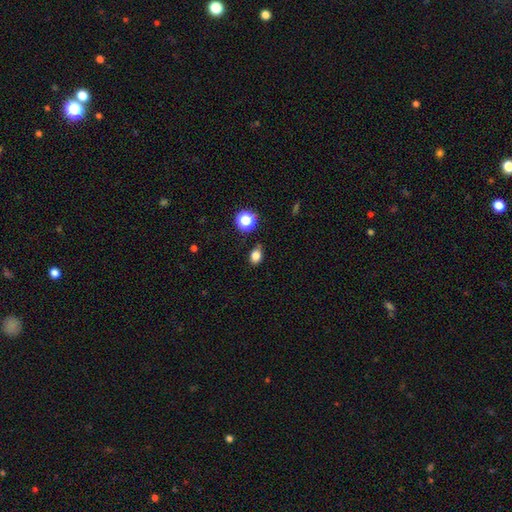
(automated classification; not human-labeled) Smooth or featured: smooth — 80% (star or artifact — 14%)
How rounded: in between — 65% (round — 34%)
Merging: none — 78% (minor disturbance — 16%)